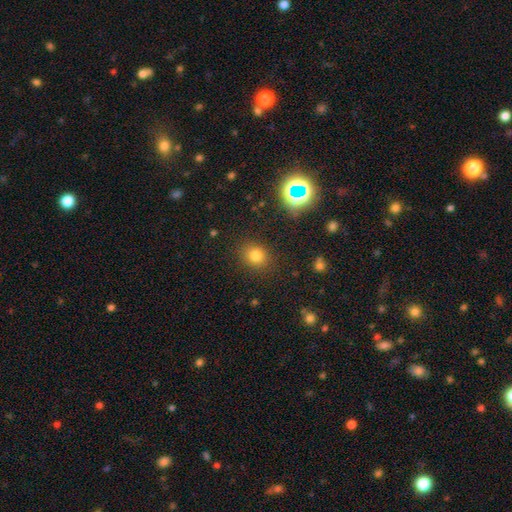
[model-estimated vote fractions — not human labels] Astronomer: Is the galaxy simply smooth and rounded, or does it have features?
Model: smooth — 77%.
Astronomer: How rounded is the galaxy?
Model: round — 70%.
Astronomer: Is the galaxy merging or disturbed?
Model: none — 87%.